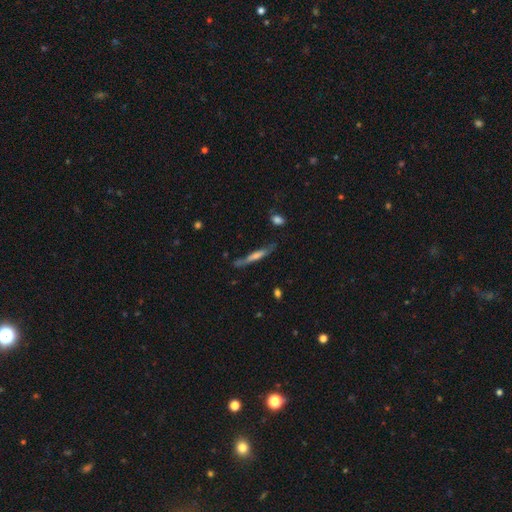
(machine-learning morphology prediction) Smooth or featured? featured or disk (51%)
Edge-on disk? yes (89%)
Merging? none (69%)